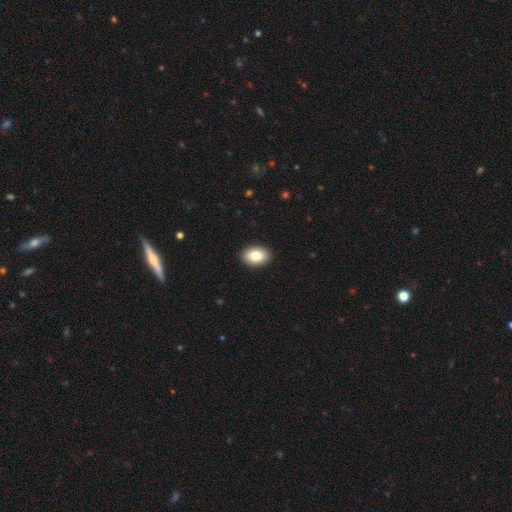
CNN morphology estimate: type=smooth (84%); roundness=in between (82%); merging=none (92%).